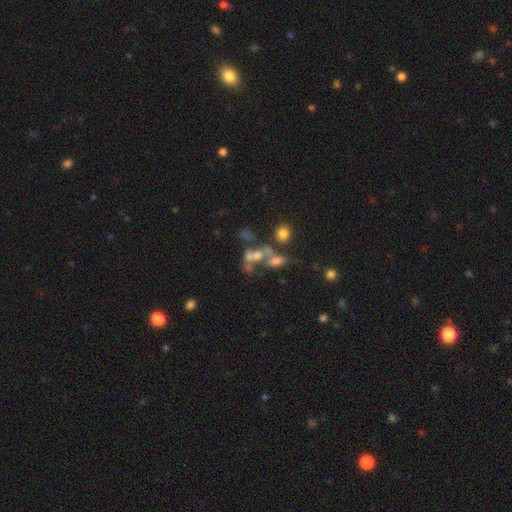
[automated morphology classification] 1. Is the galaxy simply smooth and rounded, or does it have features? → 39% featured or disk, 35% smooth, 26% star or artifact.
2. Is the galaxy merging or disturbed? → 43% merger, 29% none, 17% major disturbance, 10% minor disturbance.